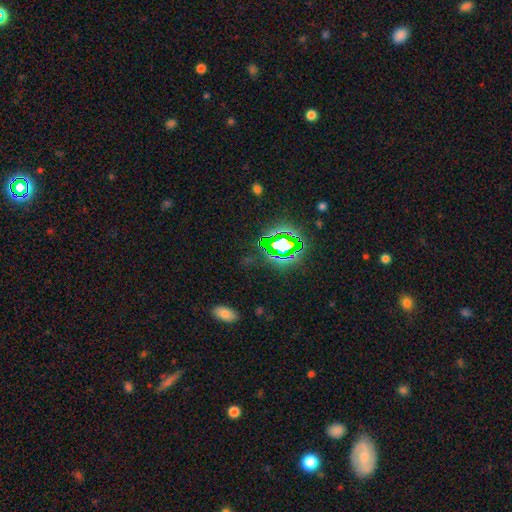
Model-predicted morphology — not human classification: star or artifact 74%, smooth 17%, featured or disk 9%.